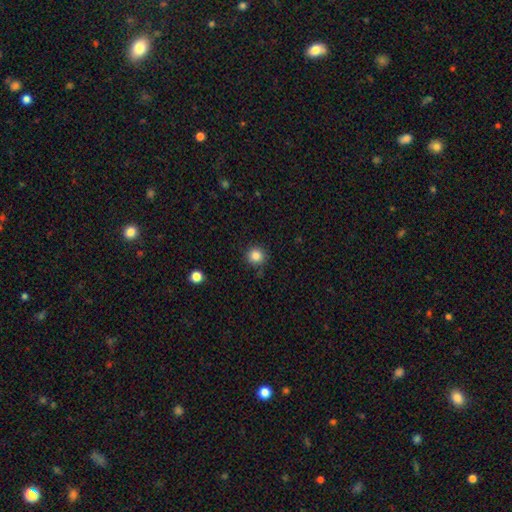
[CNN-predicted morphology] This is clearly a smooth galaxy (85%). How rounded: clearly round (94%). Merging: clearly none (88%).